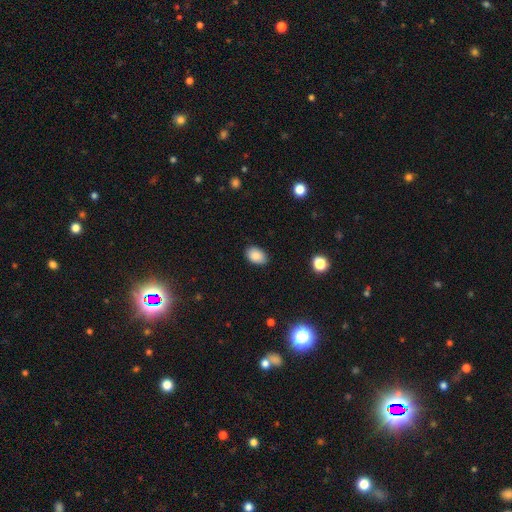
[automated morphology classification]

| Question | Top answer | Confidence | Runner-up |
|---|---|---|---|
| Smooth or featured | smooth | 87% | star or artifact (8%) |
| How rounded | in between | 87% | round (12%) |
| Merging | none | 82% | minor disturbance (14%) |